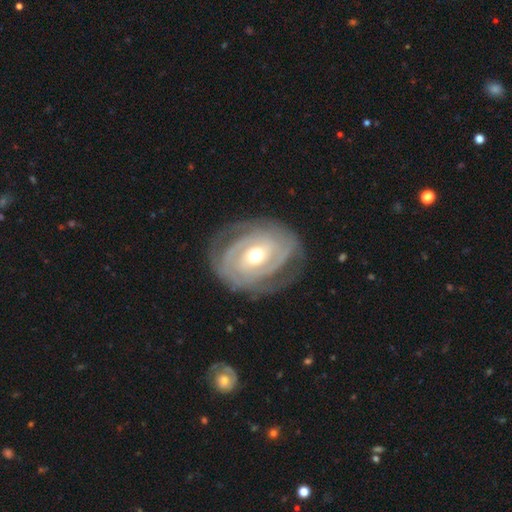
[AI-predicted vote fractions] Morphology: type=featured or disk (87%); edge-on=no (96%); bar=no (52%); spiral arms=yes (92%); winding=tight (72%); arm count=2 (48%); bulge=moderate (72%); merging=none (74%).